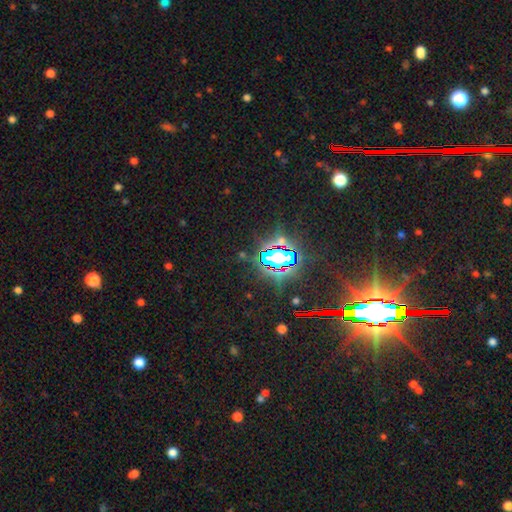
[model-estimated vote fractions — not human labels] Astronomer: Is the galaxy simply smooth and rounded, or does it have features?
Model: star or artifact — 85%.